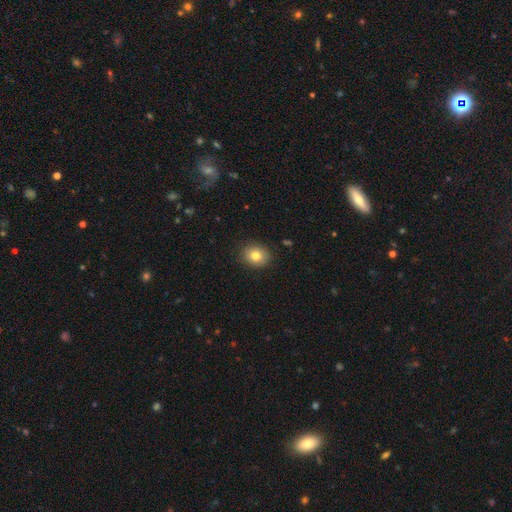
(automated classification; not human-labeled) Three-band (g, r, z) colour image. It shows a smooth galaxy with no disk features (80%) that is round (62%). Merging: none (89%).